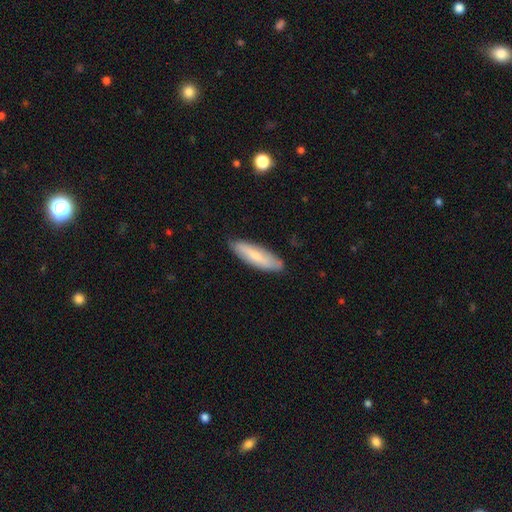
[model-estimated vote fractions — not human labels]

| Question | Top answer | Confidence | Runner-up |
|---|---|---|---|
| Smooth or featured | smooth | 70% | featured or disk (24%) |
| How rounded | cigar-shaped | 58% | in between (40%) |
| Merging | none | 84% | minor disturbance (13%) |